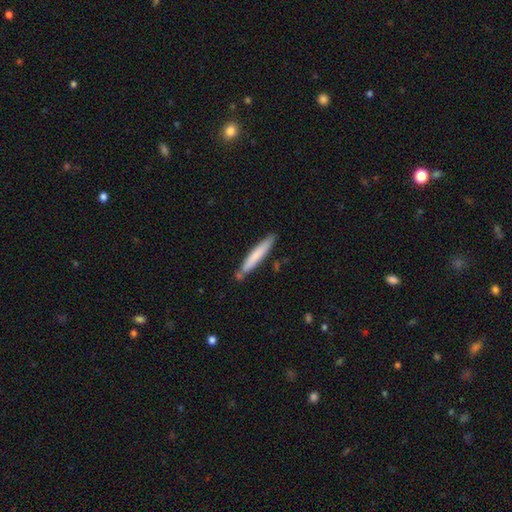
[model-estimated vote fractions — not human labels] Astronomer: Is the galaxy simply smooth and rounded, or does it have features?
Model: smooth — 73%.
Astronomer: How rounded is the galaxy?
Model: cigar-shaped — 94%.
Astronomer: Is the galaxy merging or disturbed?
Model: none — 77%.